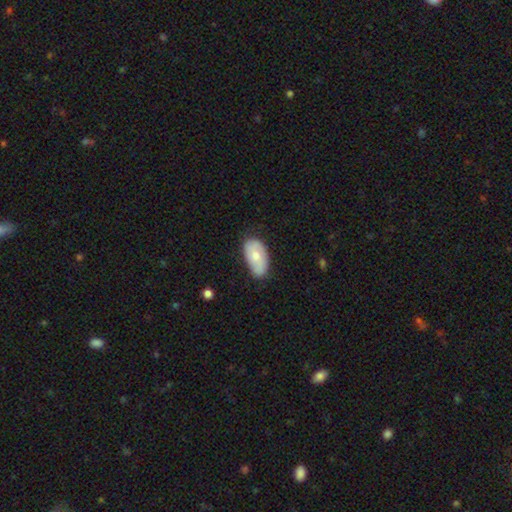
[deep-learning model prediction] smooth 61%, featured or disk 34%, star or artifact 6%. Down the decision tree: how rounded — in between (94%); merging — none (64%).